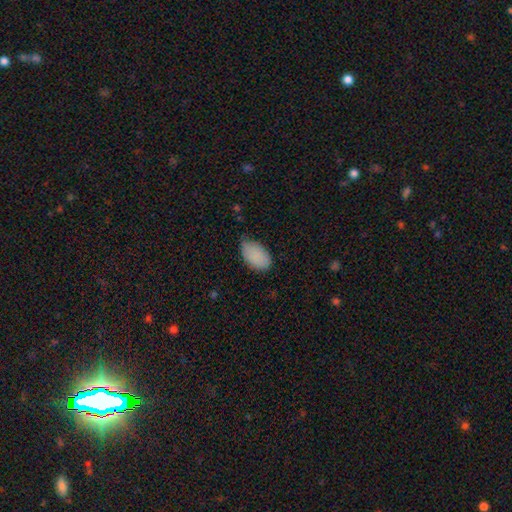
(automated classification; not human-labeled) Q: Smooth or featured?
A: smooth (88%); runner-up: star or artifact (7%)
Q: How rounded?
A: in between (94%); runner-up: round (5%)
Q: Merging?
A: none (57%); runner-up: minor disturbance (36%)